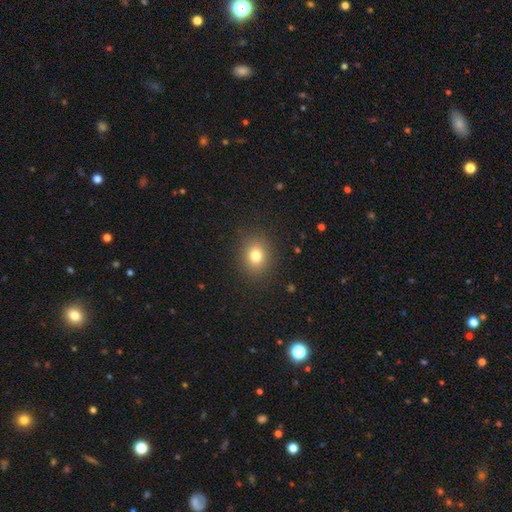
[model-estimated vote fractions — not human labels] Smooth or featured?
  - smooth: 78% *
  - star or artifact: 14%
  - featured or disk: 9%
How rounded?
  - round: 65% *
  - in between: 34%
  - cigar-shaped: 1%
Merging?
  - none: 88% *
  - minor disturbance: 8%
  - major disturbance: 3%
  - merger: 1%